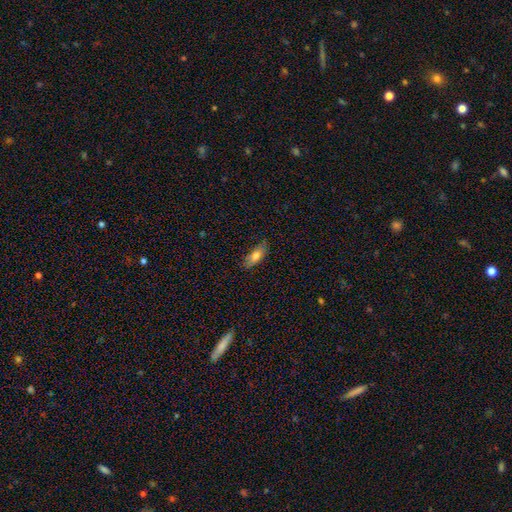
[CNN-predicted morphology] This appears to be a smooth galaxy with no disk features (76%) that is in between round and cigar-shaped (74%). Merging: none (79%).